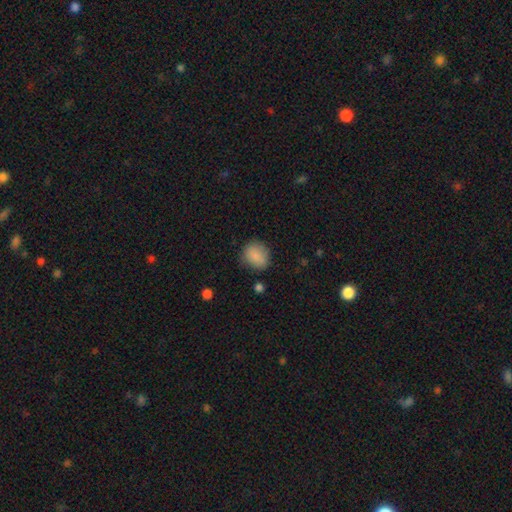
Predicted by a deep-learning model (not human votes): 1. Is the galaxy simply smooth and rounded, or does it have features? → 86% smooth, 8% star or artifact, 6% featured or disk.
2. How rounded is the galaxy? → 63% round, 36% in between, 1% cigar-shaped.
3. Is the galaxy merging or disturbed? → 74% none, 19% minor disturbance, 5% major disturbance, 2% merger.